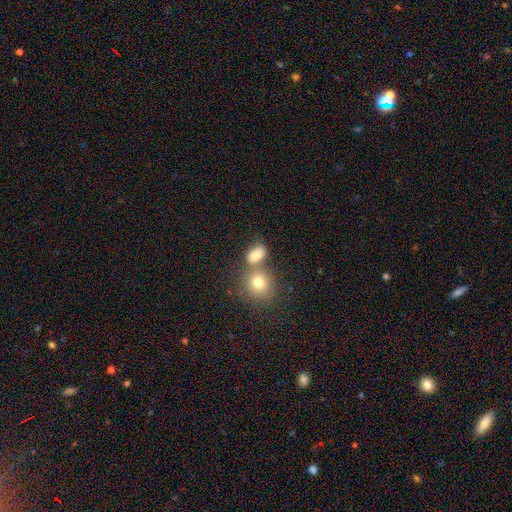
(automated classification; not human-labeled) smooth_or_featured: smooth (p=0.77) [alt: star or artifact p=0.12]
how_rounded: in between (p=0.65) [alt: round p=0.33]
merging: none (p=0.44) [alt: merger p=0.40]